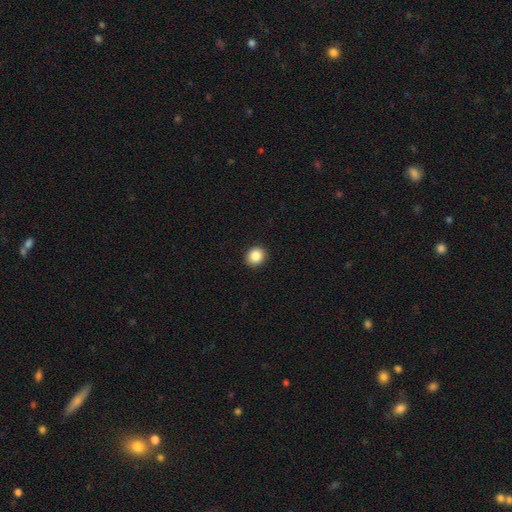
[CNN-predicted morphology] Q: Smooth or featured?
A: smooth (87%); runner-up: star or artifact (9%)
Q: How rounded?
A: round (78%); runner-up: in between (21%)
Q: Merging?
A: none (92%); runner-up: minor disturbance (6%)